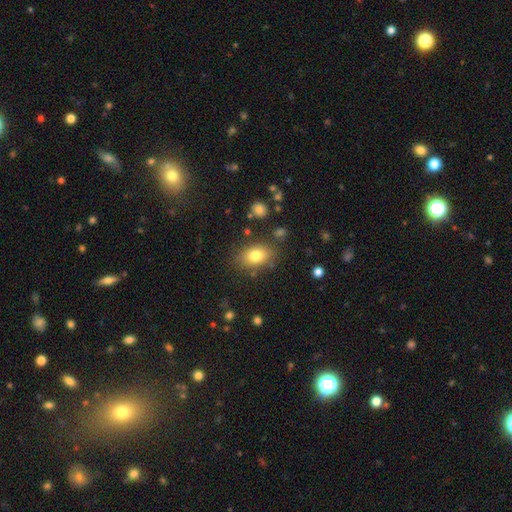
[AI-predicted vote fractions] Smooth or featured? Predicted: smooth (p=0.79). How rounded? Predicted: in between (p=0.81). Merging? Predicted: none (p=0.80).